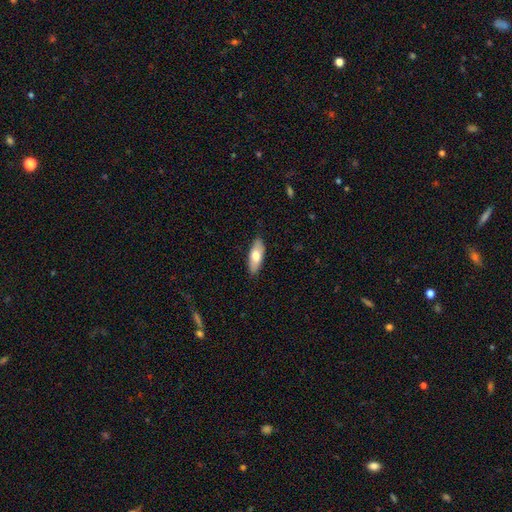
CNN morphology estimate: Q: Smooth or featured?
A: smooth (70%); runner-up: featured or disk (24%)
Q: How rounded?
A: in between (76%); runner-up: cigar-shaped (22%)
Q: Merging?
A: none (87%); runner-up: minor disturbance (11%)